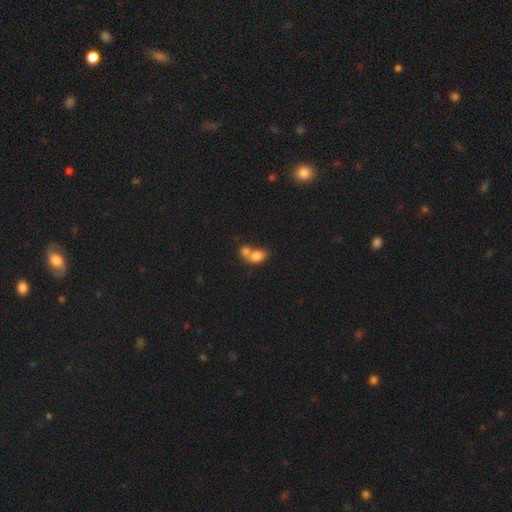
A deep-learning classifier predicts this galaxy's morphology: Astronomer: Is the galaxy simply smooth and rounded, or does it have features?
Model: smooth — 77%.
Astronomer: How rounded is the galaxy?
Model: in between — 66%.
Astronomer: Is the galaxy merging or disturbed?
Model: merger — 65%.